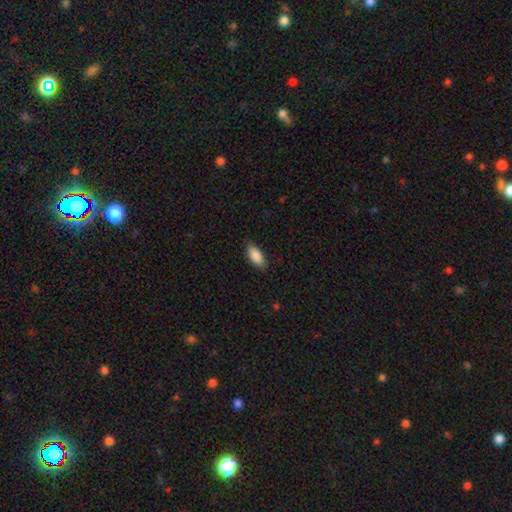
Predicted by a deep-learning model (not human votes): Smooth or featured?
  - smooth: 88% *
  - star or artifact: 6%
  - featured or disk: 6%
How rounded?
  - in between: 88% *
  - cigar-shaped: 10%
  - round: 2%
Merging?
  - none: 83% *
  - minor disturbance: 14%
  - major disturbance: 2%
  - merger: 1%